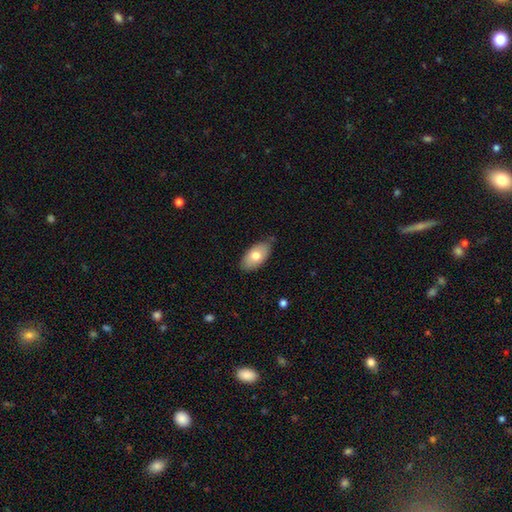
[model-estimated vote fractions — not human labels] This appears to be a smooth galaxy with no disk features (73%) that is in between round and cigar-shaped (94%). Merging: none (80%).